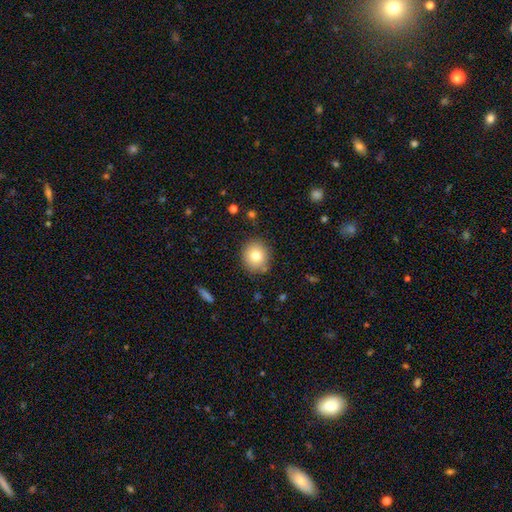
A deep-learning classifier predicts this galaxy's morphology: A smooth galaxy with no disk features (77%) that is round (83%). Merging: none (85%).